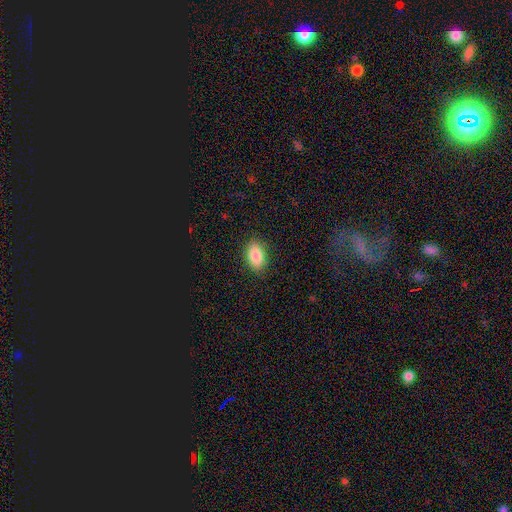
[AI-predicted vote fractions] Overall: smooth (87%). How rounded: in between (92%). Merging: none (87%).